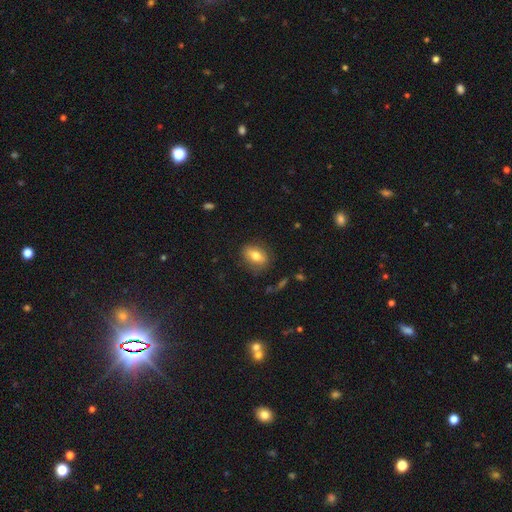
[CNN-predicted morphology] Q: Smooth or featured?
A: smooth (71%); runner-up: featured or disk (21%)
Q: How rounded?
A: in between (75%); runner-up: round (21%)
Q: Merging?
A: none (80%); runner-up: minor disturbance (14%)